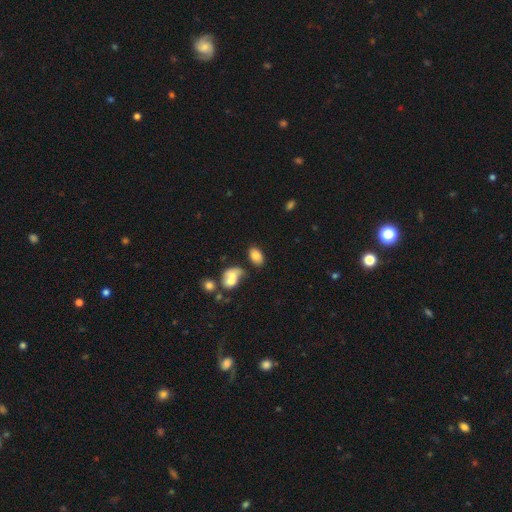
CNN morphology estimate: A smooth galaxy with no disk features (80%) that is in between round and cigar-shaped (87%). Merging: none (64%).